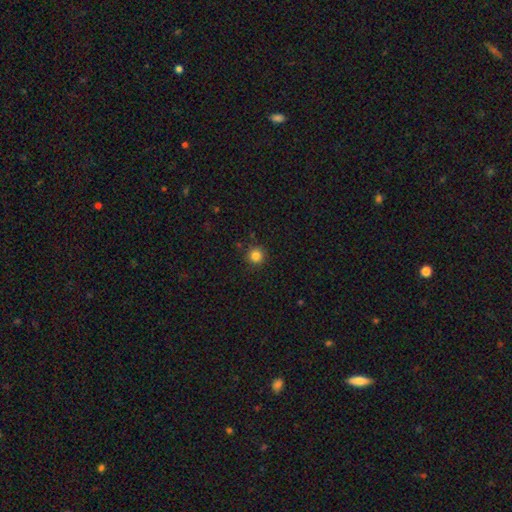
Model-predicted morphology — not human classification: smooth-or-featured: smooth: 84% | star or artifact: 12% | featured or disk: 4%
  how-rounded: round: 95% | in between: 4% | cigar-shaped: 1%
  merging: none: 90% | minor disturbance: 6% | major disturbance: 2% | merger: 2%